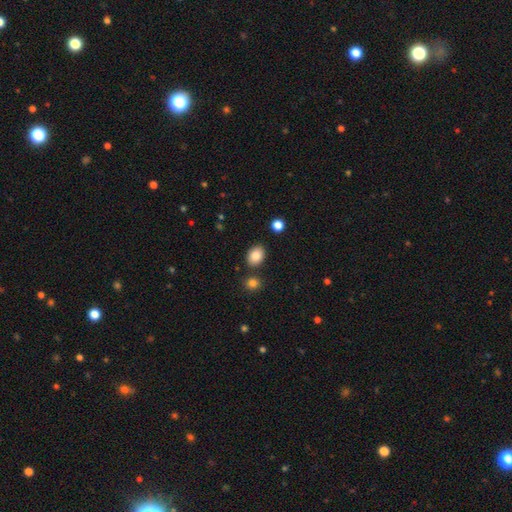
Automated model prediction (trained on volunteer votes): smooth_or_featured: smooth (p=0.85) [alt: star or artifact p=0.09]
how_rounded: in between (p=0.71) [alt: round p=0.28]
merging: none (p=0.83) [alt: minor disturbance p=0.09]